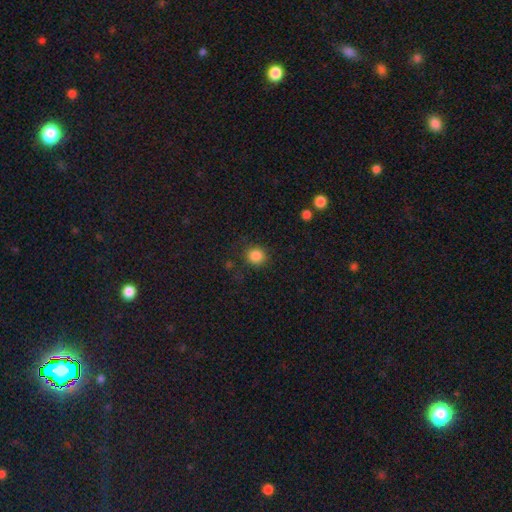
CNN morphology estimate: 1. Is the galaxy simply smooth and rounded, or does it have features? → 85% smooth, 11% star or artifact, 4% featured or disk.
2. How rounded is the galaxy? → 88% round, 11% in between, 1% cigar-shaped.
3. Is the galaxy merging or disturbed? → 83% none, 10% minor disturbance, 4% major disturbance, 2% merger.